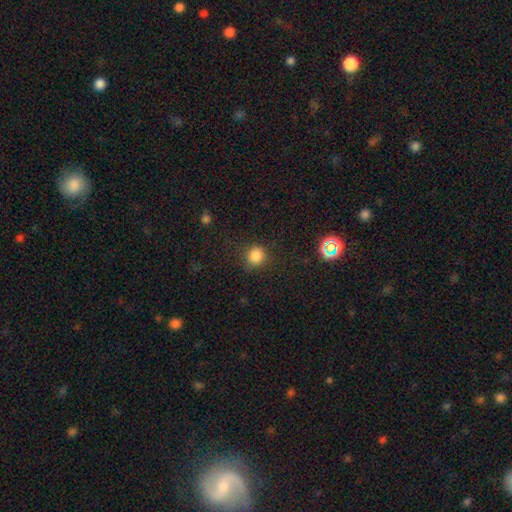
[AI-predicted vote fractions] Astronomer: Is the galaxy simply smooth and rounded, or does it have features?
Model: smooth — 82%.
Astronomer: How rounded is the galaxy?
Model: round — 89%.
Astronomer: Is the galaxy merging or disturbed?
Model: none — 83%.